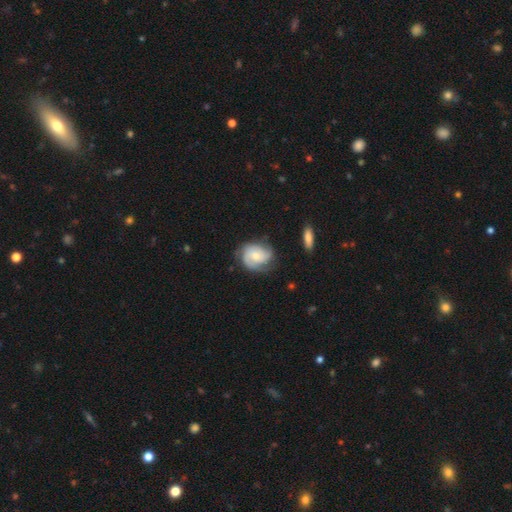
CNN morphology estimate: A featured or disk galaxy (70%) with no bar (69%), 2 (36%) tight (43%) spiral arms (93%) and a small central bulge (52%).

Vote fractions:
- Smooth or featured? featured or disk: 70% / smooth: 24% / star or artifact: 6%
- Edge-on disk? no: 97% / yes: 3%
- Bar? no: 69% / weak: 26% / strong: 5%
- Spiral arms? yes: 93% / no: 7%
- Spiral winding? tight: 43% / medium: 40% / loose: 17%
- Spiral arm count? 2: 36% / 3: 31% / can't tell: 19% / 1: 6% / 4: 5% / more than 4: 3%
- Bulge size? small: 52% / moderate: 42% / large: 3% / none: 2% / dominant: 1%
- Merging? none: 64% / minor disturbance: 24% / major disturbance: 10% / merger: 2%